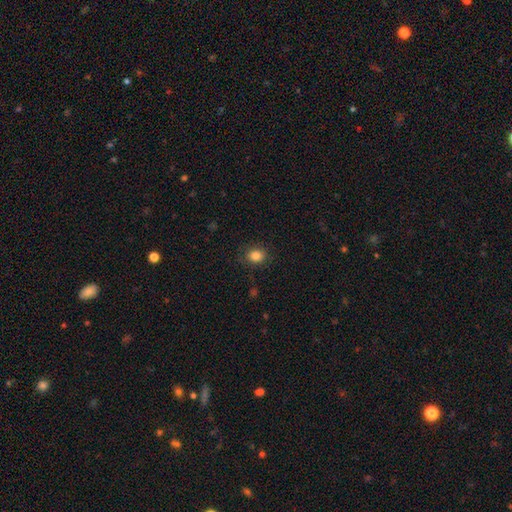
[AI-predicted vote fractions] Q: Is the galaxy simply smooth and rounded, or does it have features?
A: smooth — 85%.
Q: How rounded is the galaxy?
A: round — 53%.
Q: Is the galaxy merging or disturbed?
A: none — 84%.